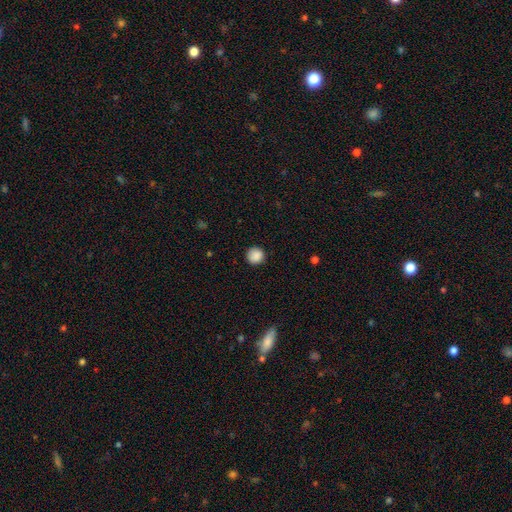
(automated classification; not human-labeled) A smooth galaxy with no disk features (88%) that is round (94%). Merging: none (90%).